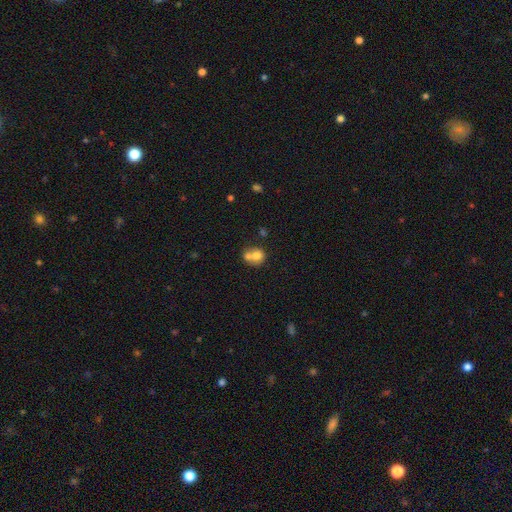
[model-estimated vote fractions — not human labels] smooth-or-featured: smooth: 71% | featured or disk: 19% | star or artifact: 10%
  how-rounded: round: 75% | in between: 24% | cigar-shaped: 1%
  merging: merger: 60% | none: 29% | minor disturbance: 7% | major disturbance: 3%